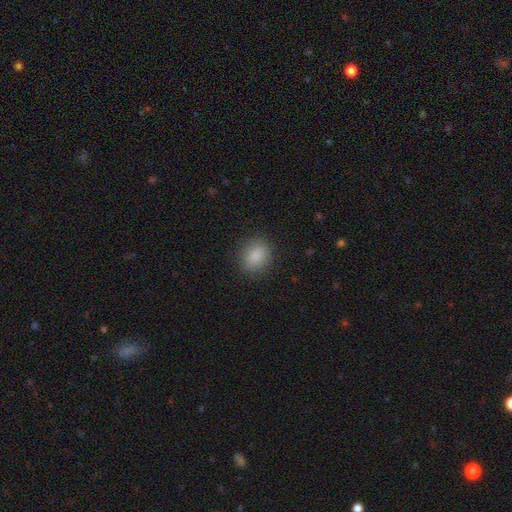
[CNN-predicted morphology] type=smooth (87%); roundness=round (60%); merging=none (87%).